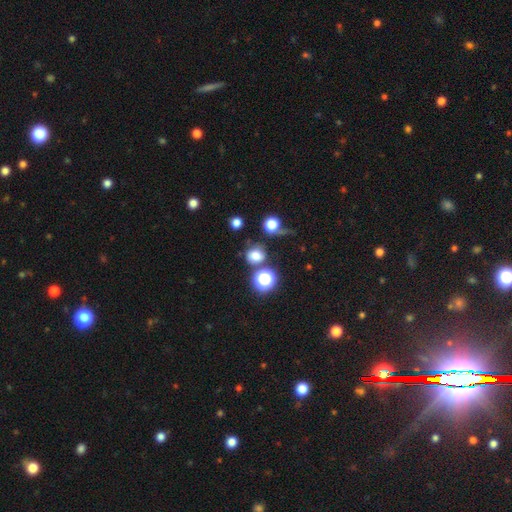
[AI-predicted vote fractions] A smooth galaxy with no disk features (70%) that is round (80%). Merging: none (66%).